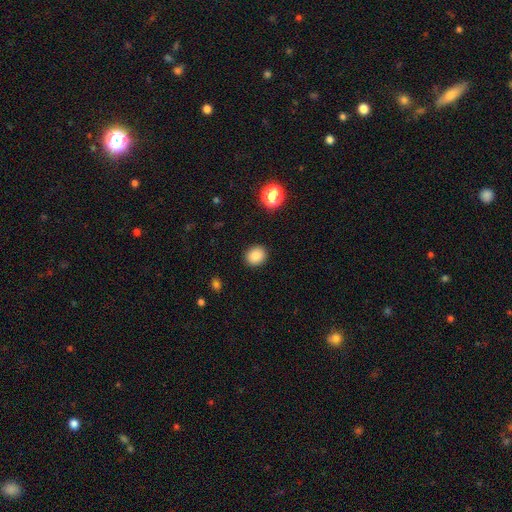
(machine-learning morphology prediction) This appears to be a smooth galaxy with no disk features (86%) that is round (76%). Merging: none (90%).